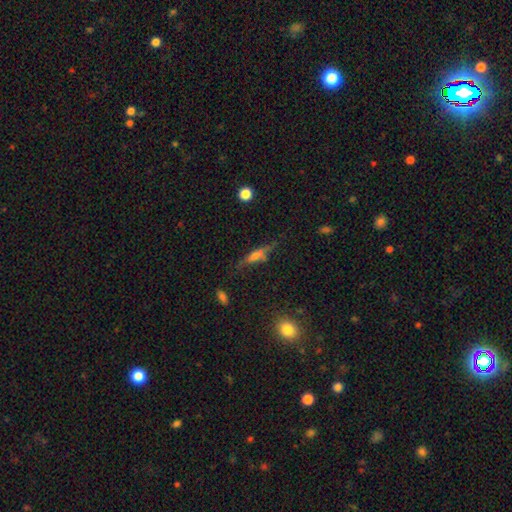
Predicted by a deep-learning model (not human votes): Smooth or featured? featured or disk (50%)
Edge-on disk? yes (88%)
Merging? none (70%)